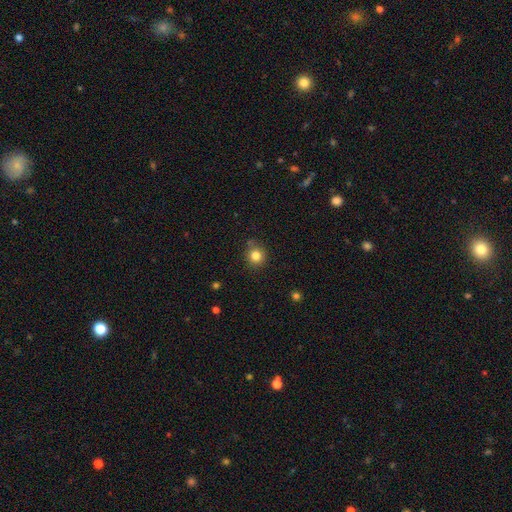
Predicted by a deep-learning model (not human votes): smooth-or-featured: smooth: 83% | star or artifact: 12% | featured or disk: 6%
  how-rounded: round: 90% | in between: 9% | cigar-shaped: 1%
  merging: none: 83% | minor disturbance: 11% | merger: 4% | major disturbance: 3%